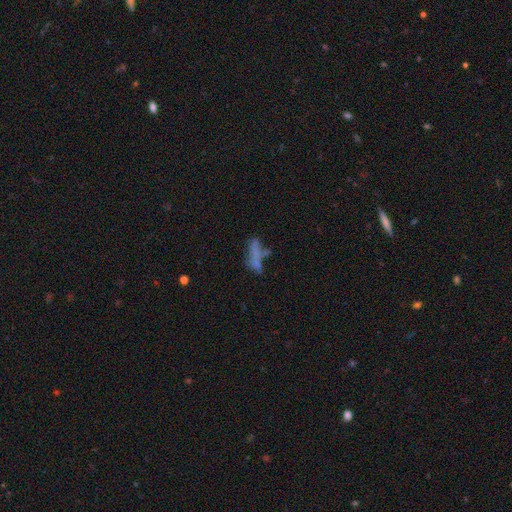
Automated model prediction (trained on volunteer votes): Smooth or featured? Predicted: smooth (p=0.55). How rounded? Predicted: cigar-shaped (p=0.66). Merging? Predicted: none (p=0.46).